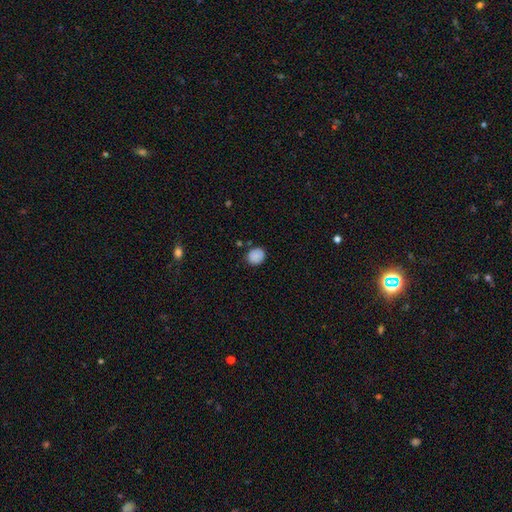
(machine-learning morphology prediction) smooth 87%, star or artifact 9%, featured or disk 4%. Down the decision tree: how rounded — round (75%); merging — none (83%).